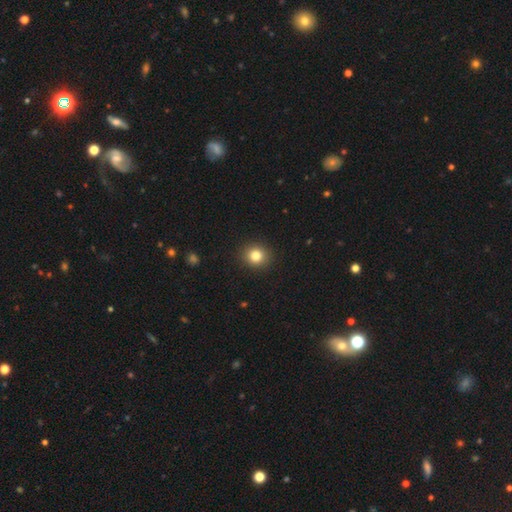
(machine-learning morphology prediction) This is clearly a smooth galaxy (83%). How rounded: clearly round (85%). Merging: clearly none (91%).